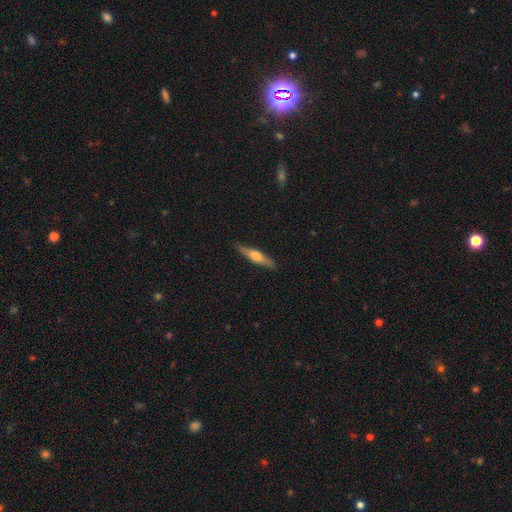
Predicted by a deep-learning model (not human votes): Smooth or featured? Predicted: featured or disk (p=0.54). Edge-on disk? Predicted: yes (p=0.95). Edge-on bulge? Predicted: rounded (p=0.84). Merging? Predicted: none (p=0.88).